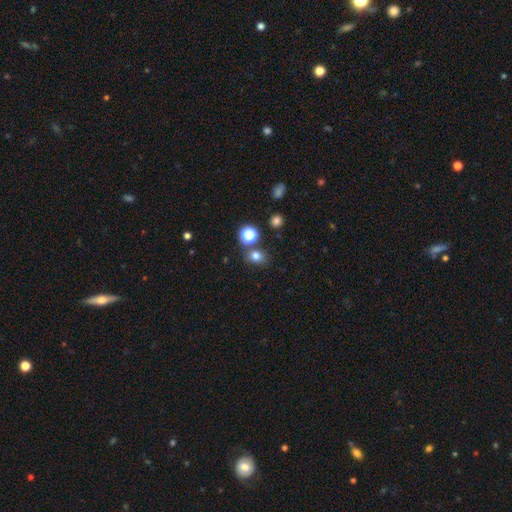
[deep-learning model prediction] smooth_or_featured: smooth (p=0.75) [alt: star or artifact p=0.19]
how_rounded: round (p=0.65) [alt: in between p=0.34]
merging: none (p=0.75) [alt: merger p=0.11]